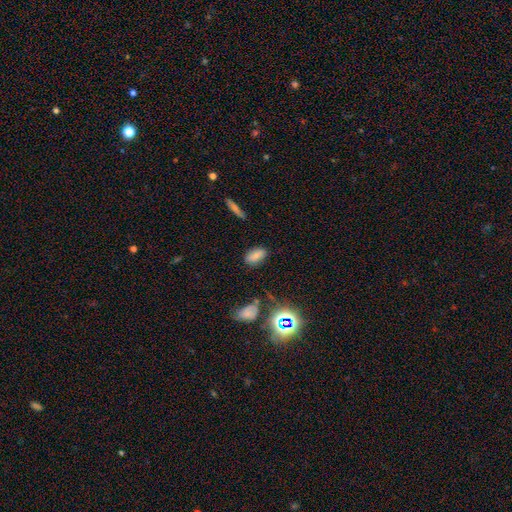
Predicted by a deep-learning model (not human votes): A smooth galaxy with no disk features (78%) that is in between round and cigar-shaped (92%). Merging: none (82%).